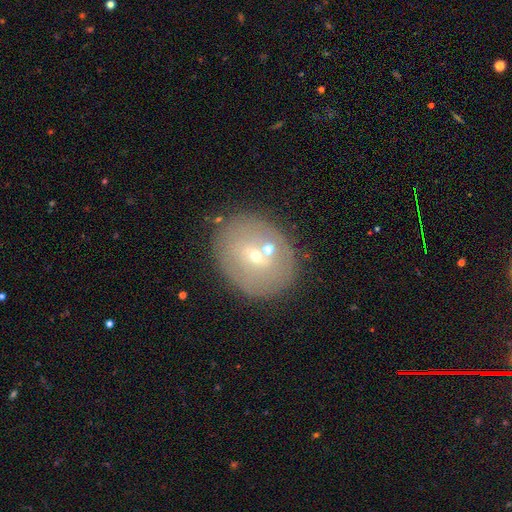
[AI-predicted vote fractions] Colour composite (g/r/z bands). It shows a smooth galaxy with no disk features (46%). Merging: none (71%).